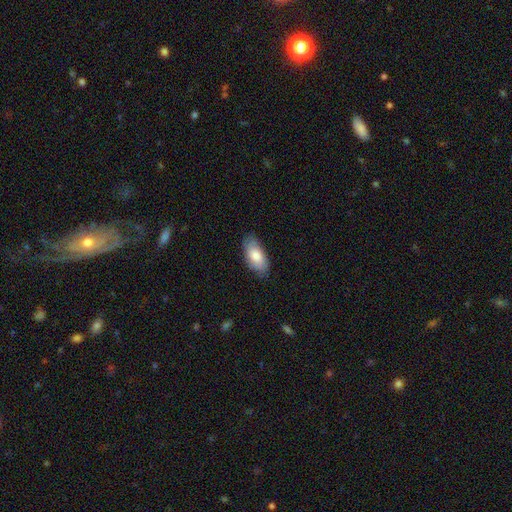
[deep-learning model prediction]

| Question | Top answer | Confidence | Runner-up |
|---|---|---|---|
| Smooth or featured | smooth | 80% | featured or disk (15%) |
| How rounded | in between | 91% | cigar-shaped (6%) |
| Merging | none | 81% | minor disturbance (15%) |